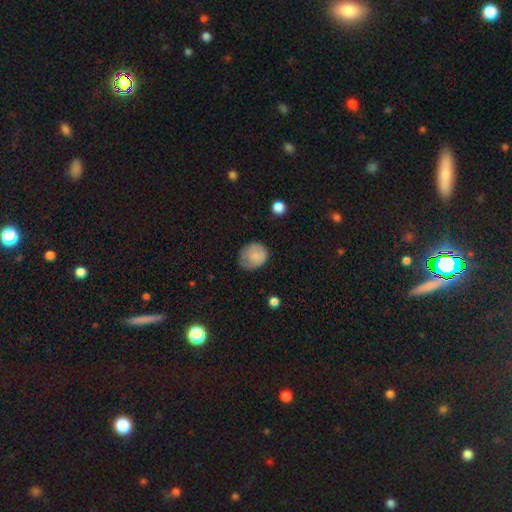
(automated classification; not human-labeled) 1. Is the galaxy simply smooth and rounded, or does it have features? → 76% smooth, 17% featured or disk, 8% star or artifact.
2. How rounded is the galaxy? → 61% round, 38% in between, 1% cigar-shaped.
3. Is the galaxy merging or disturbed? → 58% none, 30% minor disturbance, 10% major disturbance, 1% merger.